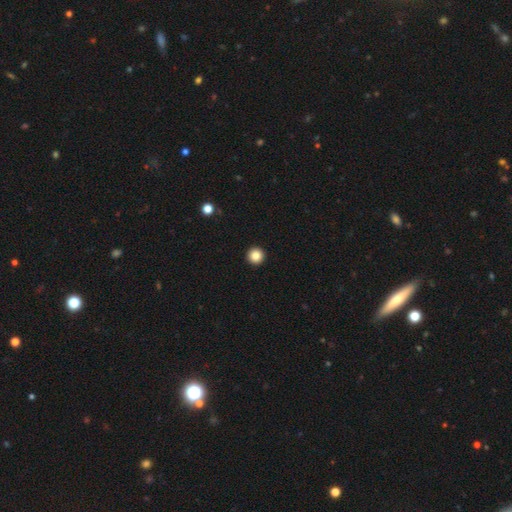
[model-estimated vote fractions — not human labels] A smooth galaxy with no disk features (86%) that is round (97%).

Vote fractions:
- Smooth or featured? smooth: 86% / star or artifact: 10% / featured or disk: 4%
- How rounded? round: 97% / in between: 2% / cigar-shaped: 1%
- Merging? none: 94% / minor disturbance: 3% / major disturbance: 1% / merger: 1%